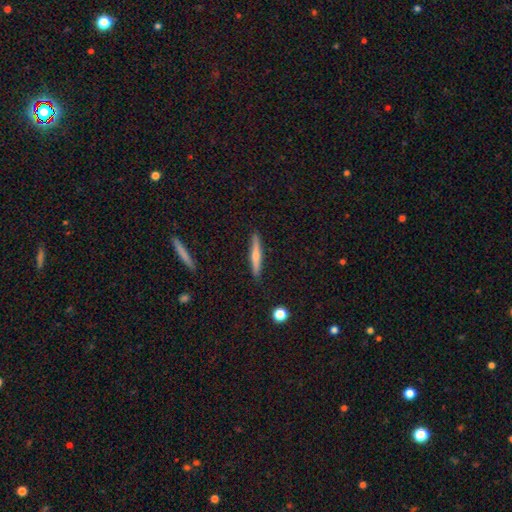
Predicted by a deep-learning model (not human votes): smooth-or-featured: featured or disk: 51% | smooth: 42% | star or artifact: 7%
  disk-edge-on: yes: 96% | no: 4%
  merging: none: 90% | minor disturbance: 7% | major disturbance: 1% | merger: 1%